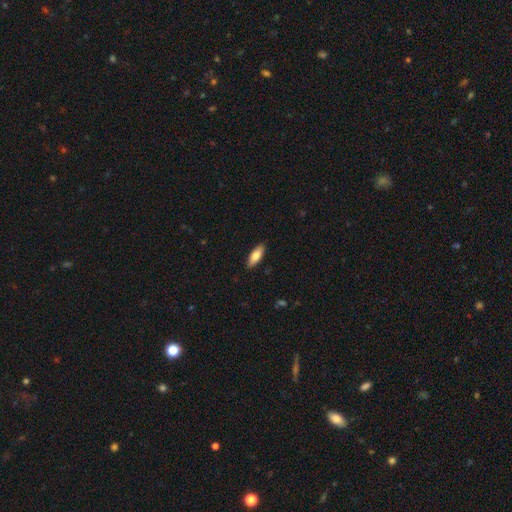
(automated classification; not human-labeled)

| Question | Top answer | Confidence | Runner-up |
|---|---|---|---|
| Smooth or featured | smooth | 79% | featured or disk (16%) |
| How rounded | in between | 72% | cigar-shaped (26%) |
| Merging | none | 89% | minor disturbance (8%) |